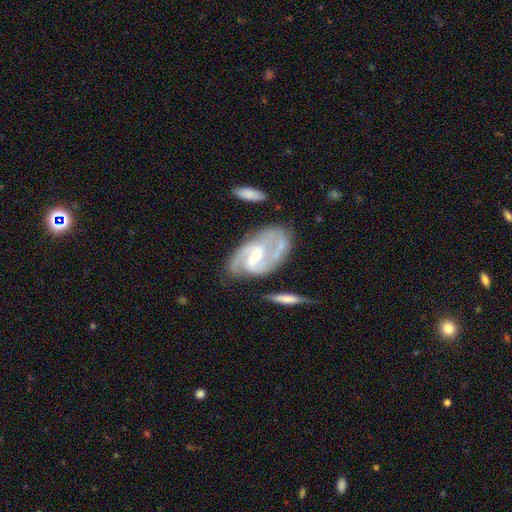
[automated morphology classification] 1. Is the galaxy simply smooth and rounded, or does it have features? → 89% featured or disk, 6% smooth, 5% star or artifact.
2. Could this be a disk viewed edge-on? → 96% no, 4% yes.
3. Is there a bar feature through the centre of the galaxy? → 49% weak, 28% strong, 23% no.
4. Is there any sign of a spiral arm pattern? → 97% yes, 3% no.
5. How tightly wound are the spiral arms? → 53% medium, 25% tight, 21% loose.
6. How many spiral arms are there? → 75% 2, 11% 3, 7% can't tell, 4% 1, 2% 4, 2% more than 4.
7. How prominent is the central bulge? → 53% small, 43% moderate, 2% none, 2% large, 1% dominant.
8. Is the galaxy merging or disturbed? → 59% none, 21% minor disturbance, 11% major disturbance, 9% merger.